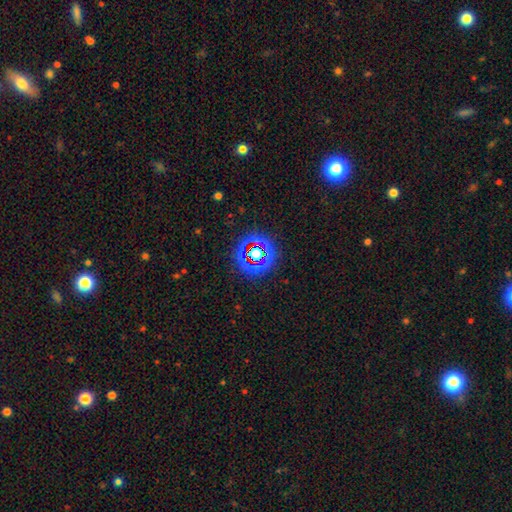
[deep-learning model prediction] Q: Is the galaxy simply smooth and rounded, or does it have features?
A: star or artifact — 70%.